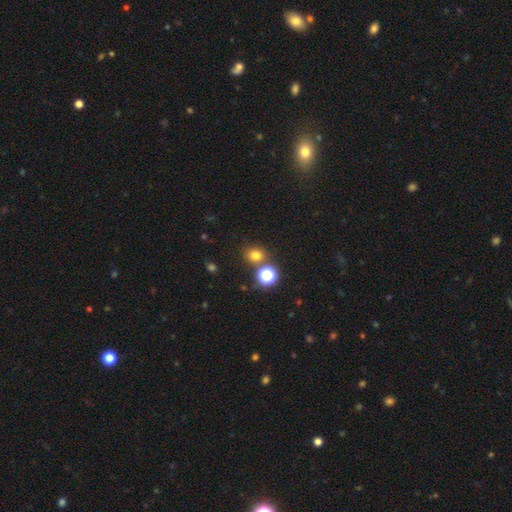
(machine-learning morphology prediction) Smooth or featured: smooth — 72% (star or artifact — 21%)
How rounded: round — 78% (in between — 21%)
Merging: none — 75% (merger — 13%)